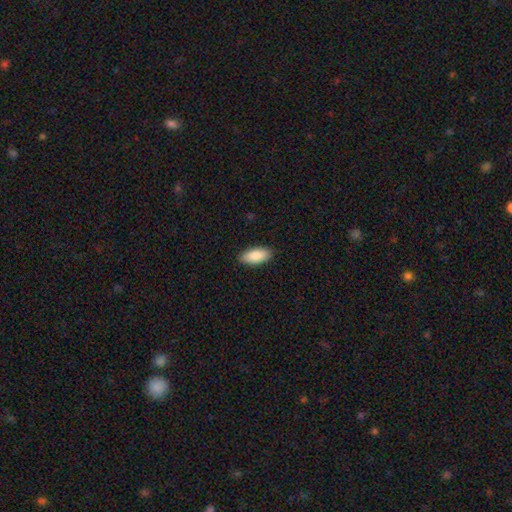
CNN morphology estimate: Smooth or featured?
  - smooth: 89% *
  - featured or disk: 6%
  - star or artifact: 6%
How rounded?
  - in between: 89% *
  - cigar-shaped: 9%
  - round: 2%
Merging?
  - none: 89% *
  - minor disturbance: 8%
  - major disturbance: 2%
  - merger: 1%